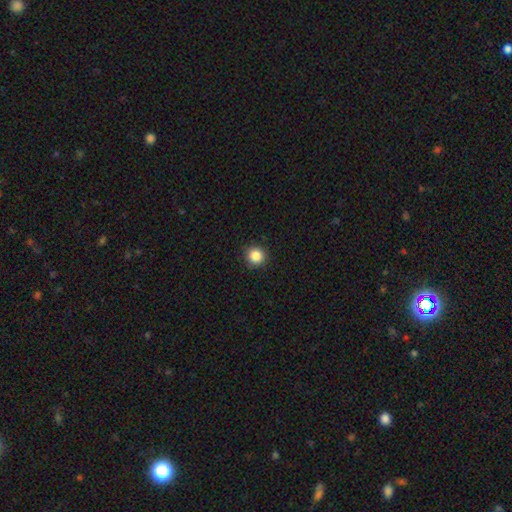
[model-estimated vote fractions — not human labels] Smooth or featured? Predicted: smooth (p=0.86). How rounded? Predicted: round (p=0.93). Merging? Predicted: none (p=0.92).